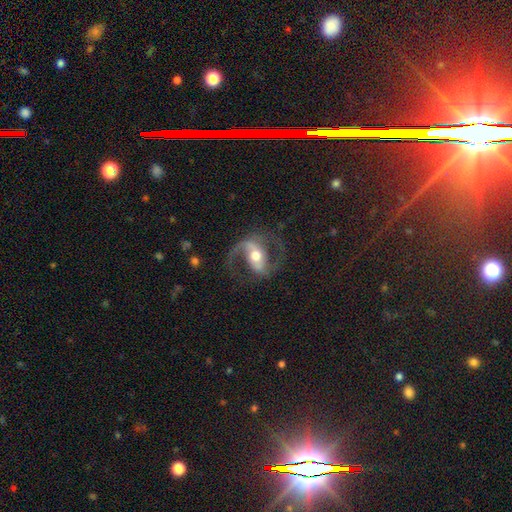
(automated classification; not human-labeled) Overall: featured or disk (89%). Edge-on disk: no (97%). Bar: strong (42%; weak 37%). Spiral arms: yes (96%). Spiral arm count: 2 (91%). Spiral winding: medium (53%; loose 37%). Bulge size: moderate (70%). Merging: none (73%).